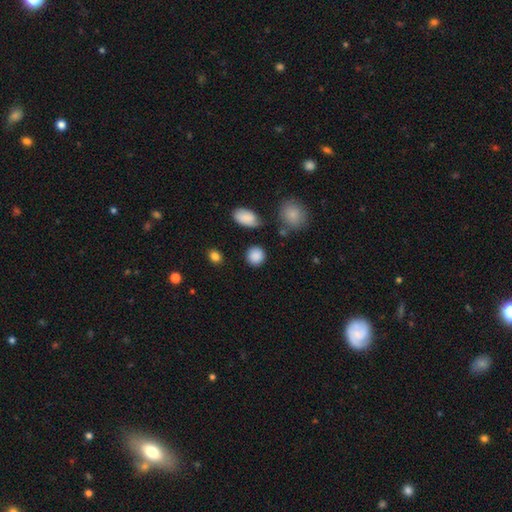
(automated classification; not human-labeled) Smooth or featured: smooth — 87% (star or artifact — 9%)
How rounded: round — 87% (in between — 12%)
Merging: none — 85% (minor disturbance — 9%)